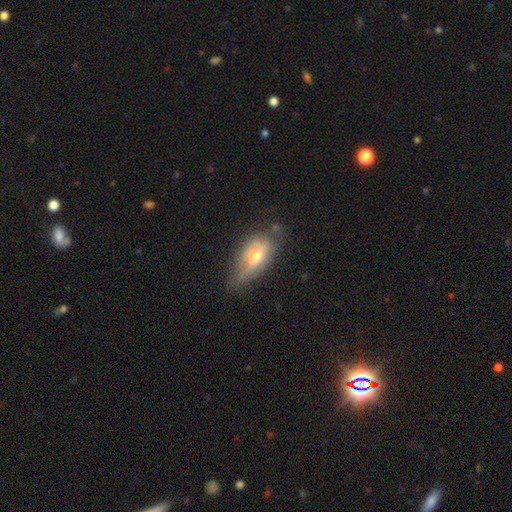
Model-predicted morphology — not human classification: The model was most divided on "smooth or featured" (2-way tie): featured or disk: 46%, smooth: 46%, star or artifact: 8%. Remaining: merging — none (45%).